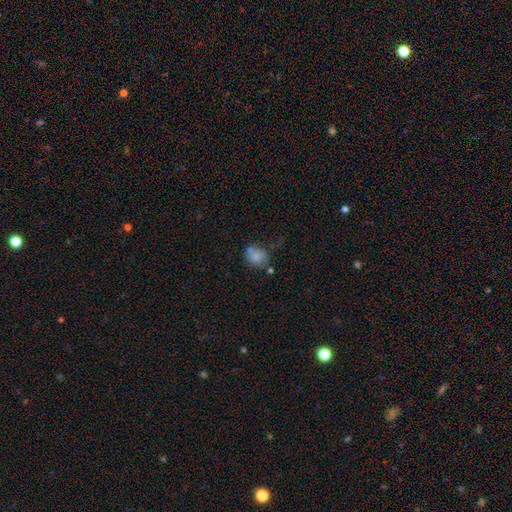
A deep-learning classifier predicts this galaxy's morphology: smooth-or-featured: smooth: 78% | featured or disk: 12% | star or artifact: 10%
  how-rounded: round: 67% | in between: 32% | cigar-shaped: 1%
  merging: none: 51% | minor disturbance: 21% | merger: 20% | major disturbance: 8%